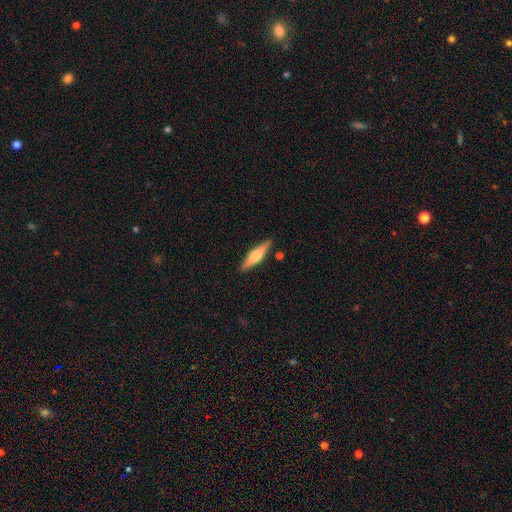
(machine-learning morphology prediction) This is possibly a featured or disk galaxy (58%). It is clearly viewed edge-on (96%). Edge-on bulge: clearly rounded (89%). Merging: clearly none (87%).